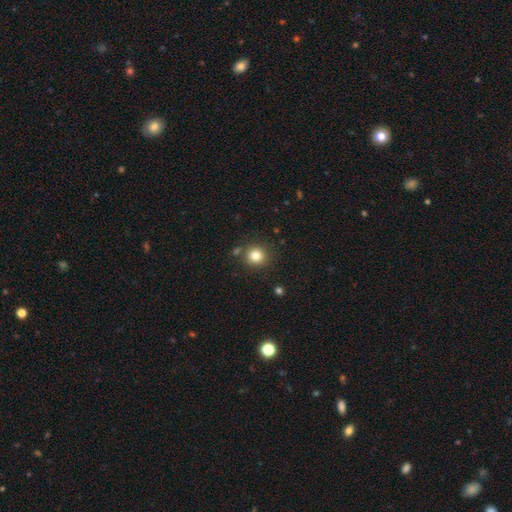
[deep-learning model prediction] A smooth galaxy with no disk features (81%) that is round (92%).

Vote fractions:
- Smooth or featured? smooth: 81% / star or artifact: 13% / featured or disk: 7%
- How rounded? round: 92% / in between: 7% / cigar-shaped: 1%
- Merging? none: 84% / minor disturbance: 8% / merger: 6% / major disturbance: 3%